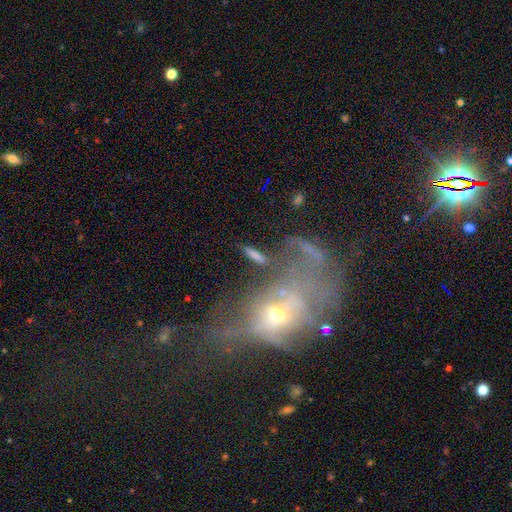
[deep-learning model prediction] Smooth or featured? Predicted: smooth (p=0.70). How rounded? Predicted: cigar-shaped (p=0.66). Merging? Predicted: none (p=0.66).